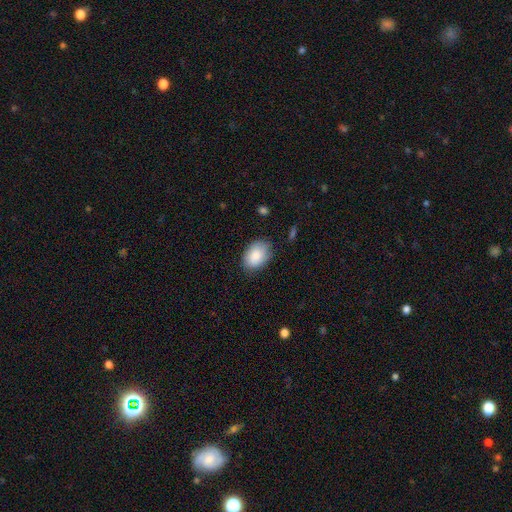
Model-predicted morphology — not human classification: A smooth galaxy with no disk features (85%) that is in between round and cigar-shaped (81%). Merging: none (80%).